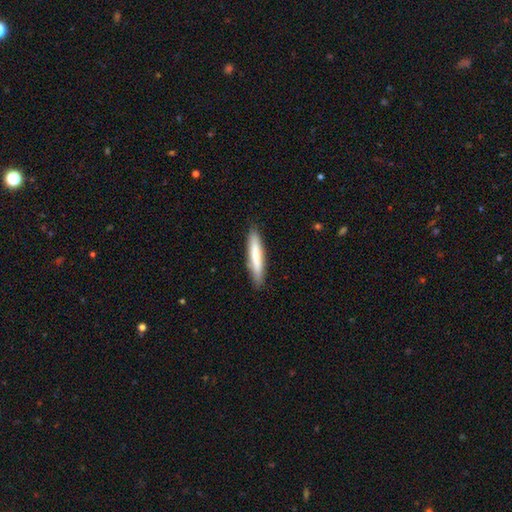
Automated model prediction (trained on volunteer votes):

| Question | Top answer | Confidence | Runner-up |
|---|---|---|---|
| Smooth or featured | smooth | 75% | featured or disk (20%) |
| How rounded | cigar-shaped | 90% | in between (9%) |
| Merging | none | 88% | minor disturbance (9%) |